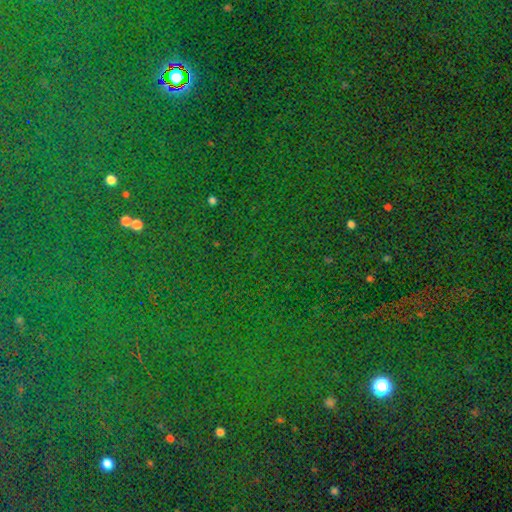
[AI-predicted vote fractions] Smooth or featured? star or artifact (82%)